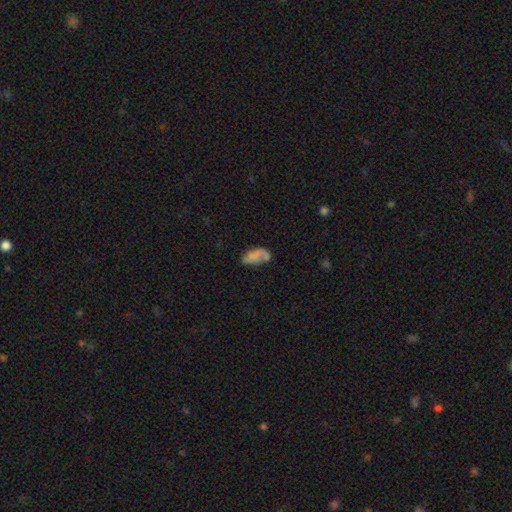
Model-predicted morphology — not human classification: type=smooth (54%); roundness=in between (91%); merging=none (35%).